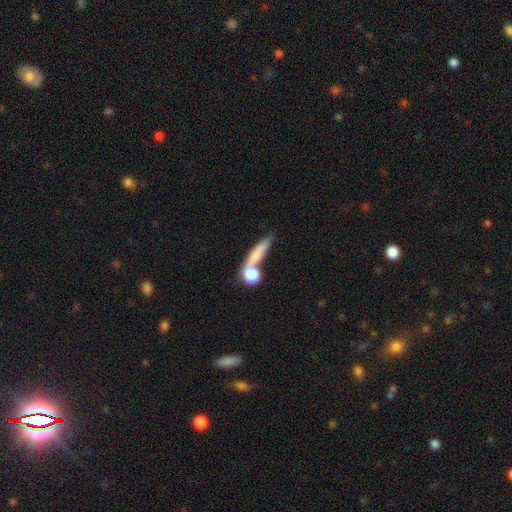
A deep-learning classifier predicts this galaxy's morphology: smooth 65%, featured or disk 25%, star or artifact 10%. Down the decision tree: how rounded — cigar-shaped (52%); merging — none (46%).